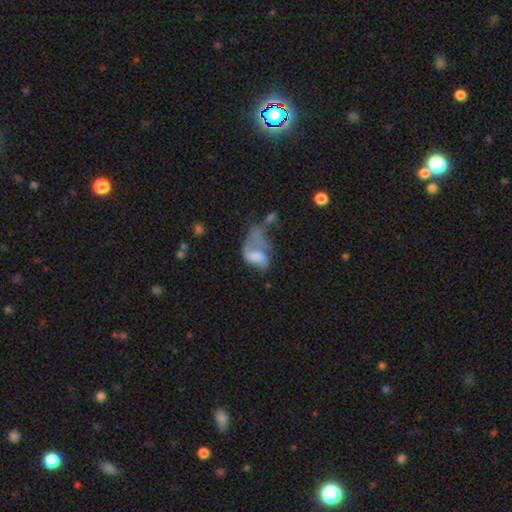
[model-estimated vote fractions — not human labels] Q: Smooth or featured?
A: featured or disk (53%); runner-up: smooth (35%)
Q: Edge-on disk?
A: no (97%); runner-up: yes (3%)
Q: Bar?
A: no (61%); runner-up: weak (28%)
Q: Spiral arms?
A: no (51%); runner-up: yes (49%)
Q: Bulge size?
A: none (49%); runner-up: moderate (20%)
Q: Merging?
A: major disturbance (46%); runner-up: merger (26%)